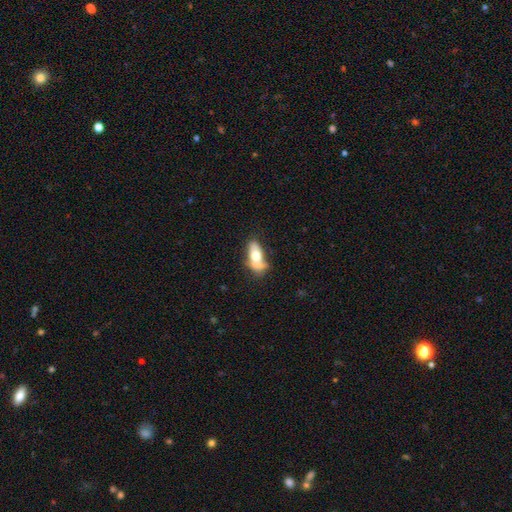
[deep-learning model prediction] Smooth or featured?
  - smooth: 62% *
  - featured or disk: 31%
  - star or artifact: 7%
How rounded?
  - in between: 84% *
  - cigar-shaped: 12%
  - round: 4%
Merging?
  - none: 42% *
  - minor disturbance: 28%
  - merger: 16%
  - major disturbance: 14%